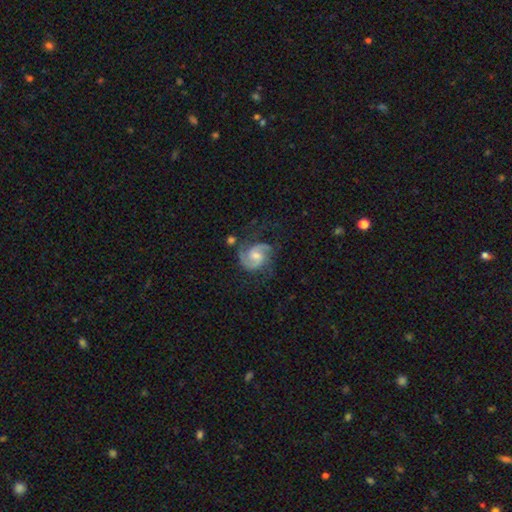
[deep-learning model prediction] Smooth or featured: featured or disk — 90% (smooth — 5%)
Edge-on disk: no — 98% (yes — 2%)
Bar: weak — 49% (no — 42%)
Spiral arms: yes — 98% (no — 2%)
Spiral winding: medium — 57% (tight — 29%)
Spiral arm count: 2 — 88% (3 — 5%)
Bulge size: moderate — 46% (small — 43%)
Merging: none — 64% (minor disturbance — 21%)